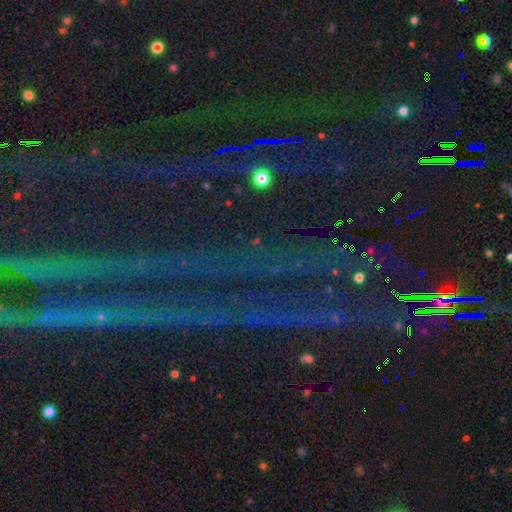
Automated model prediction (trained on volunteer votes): Q: Smooth or featured?
A: star or artifact (89%); runner-up: featured or disk (6%)